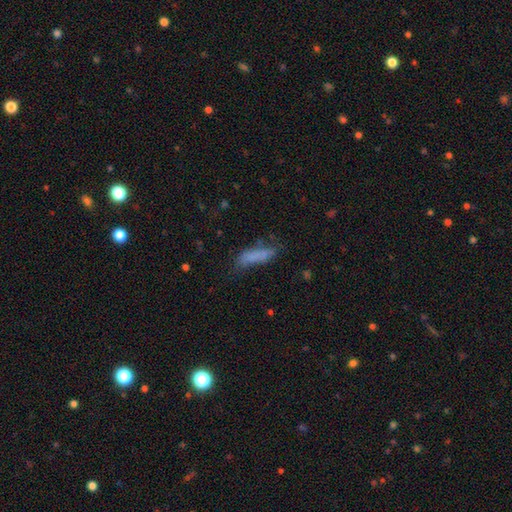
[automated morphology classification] This appears to be a smooth galaxy with no disk features (70%) that is cigar-shaped (56%). Merging: none (47%).